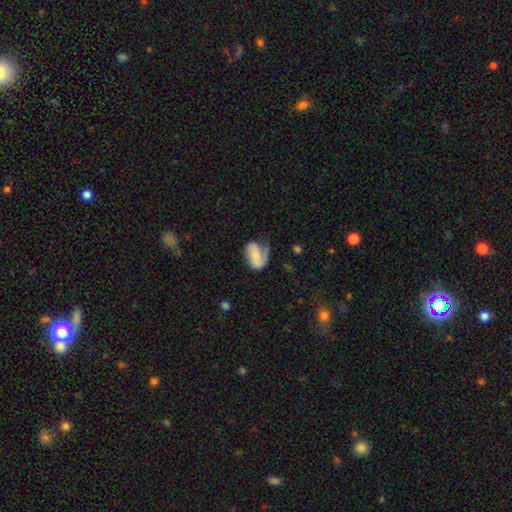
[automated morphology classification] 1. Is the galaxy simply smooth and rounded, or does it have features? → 54% featured or disk, 39% smooth, 7% star or artifact.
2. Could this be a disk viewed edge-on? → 97% no, 3% yes.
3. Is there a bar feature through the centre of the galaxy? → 57% no, 29% weak, 14% strong.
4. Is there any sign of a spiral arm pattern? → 86% yes, 14% no.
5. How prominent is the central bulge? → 45% none, 28% small, 15% moderate, 8% large, 3% dominant.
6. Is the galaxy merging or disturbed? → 39% none, 32% major disturbance, 27% minor disturbance, 3% merger.